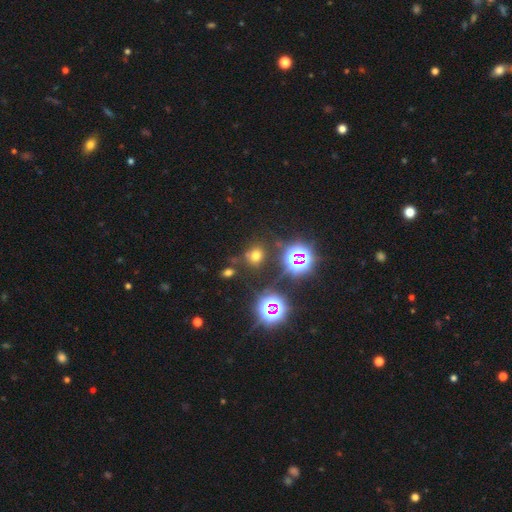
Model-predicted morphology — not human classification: Smooth or featured?
  - smooth: 55% *
  - star or artifact: 37%
  - featured or disk: 8%
How rounded?
  - round: 77% *
  - in between: 21%
  - cigar-shaped: 1%
Merging?
  - none: 78% *
  - minor disturbance: 11%
  - merger: 6%
  - major disturbance: 5%